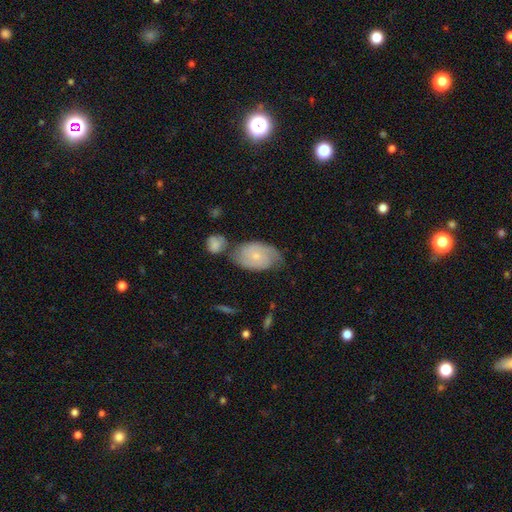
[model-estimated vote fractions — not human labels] Smooth or featured: featured or disk — 54% (smooth — 39%)
Edge-on disk: no — 95% (yes — 5%)
Bar: no — 75% (weak — 22%)
Spiral arms: yes — 83% (no — 17%)
Bulge size: small — 72% (moderate — 23%)
Merging: none — 50% (minor disturbance — 24%)